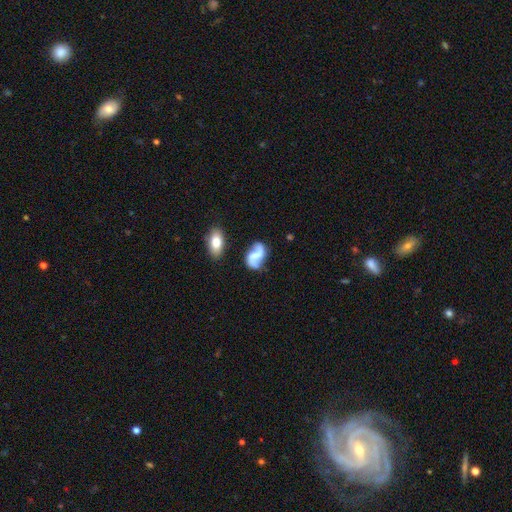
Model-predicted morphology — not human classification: Overall: featured or disk (78%). Edge-on disk: no (98%). Bar: weak (42%; no 38%). Spiral arms: yes (94%). Spiral arm count: 2 (92%). Spiral winding: loose (66%; medium 27%). Bulge size: none (39%; small 33%). Merging: none (68%).